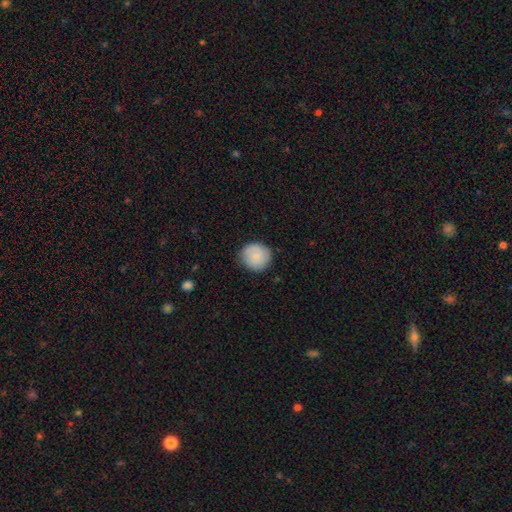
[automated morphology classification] Smooth or featured? Predicted: smooth (p=0.79). How rounded? Predicted: round (p=0.91). Merging? Predicted: none (p=0.85).